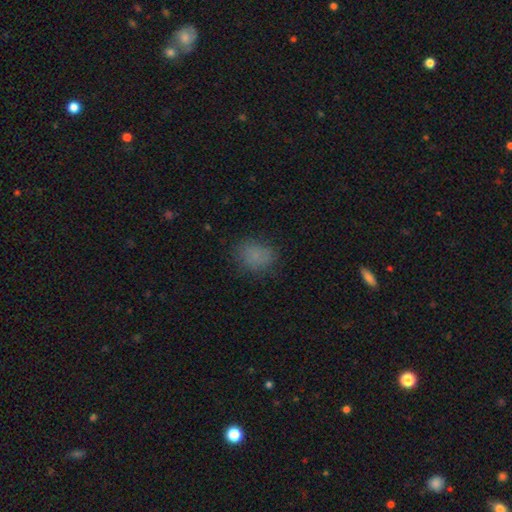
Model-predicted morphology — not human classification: This appears to be a smooth galaxy with no disk features (79%) that is round (53%). Merging: none (76%).